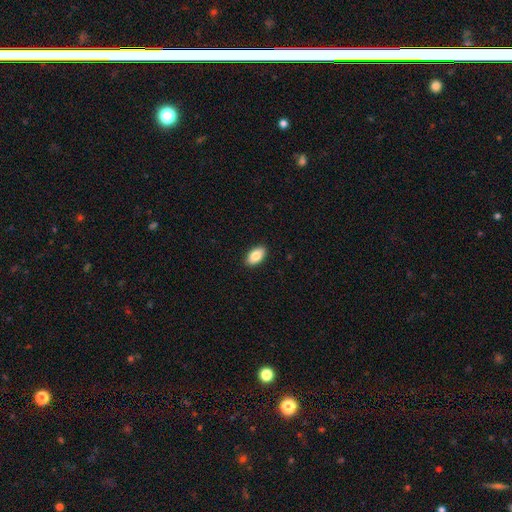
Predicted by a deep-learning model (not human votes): A smooth galaxy with no disk features (84%) that is in between round and cigar-shaped (94%). Merging: none (90%).